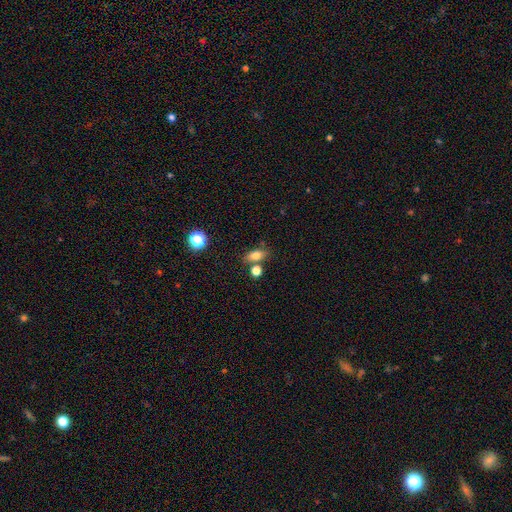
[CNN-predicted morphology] Smooth or featured? smooth (75%)
How rounded? in between (74%)
Merging? none (69%)